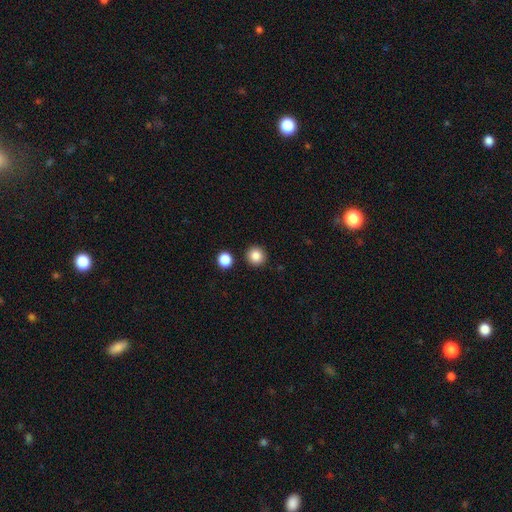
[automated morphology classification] smooth_or_featured: smooth (p=0.86) [alt: star or artifact p=0.10]
how_rounded: round (p=0.94) [alt: in between p=0.05]
merging: none (p=0.90) [alt: minor disturbance p=0.05]